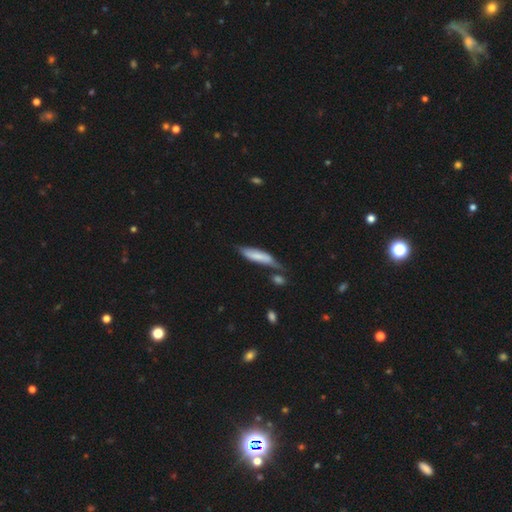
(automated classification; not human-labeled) Overall: smooth (68%). How rounded: cigar-shaped (69%). Merging: none (44%; minor disturbance 28%).